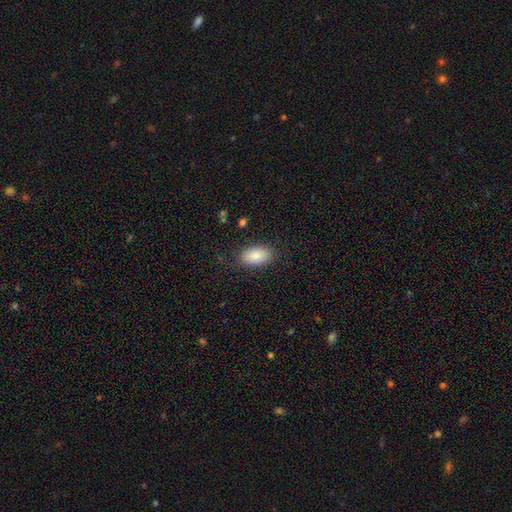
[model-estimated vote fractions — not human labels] Smooth or featured? smooth (86%)
How rounded? in between (93%)
Merging? none (84%)